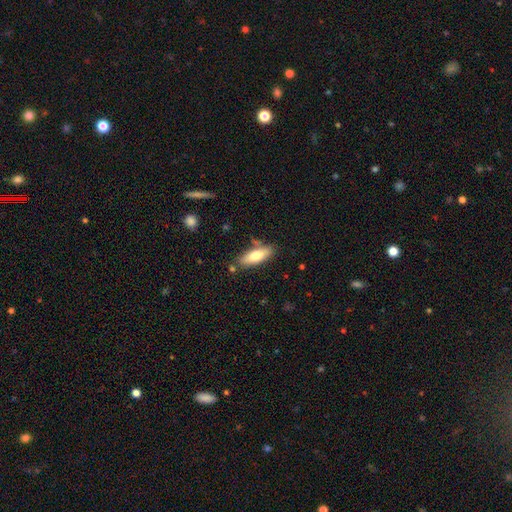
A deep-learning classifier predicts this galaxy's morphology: smooth-or-featured: smooth: 73% | featured or disk: 20% | star or artifact: 6%
  how-rounded: in between: 63% | cigar-shaped: 35% | round: 2%
  merging: none: 78% | minor disturbance: 14% | merger: 5% | major disturbance: 3%